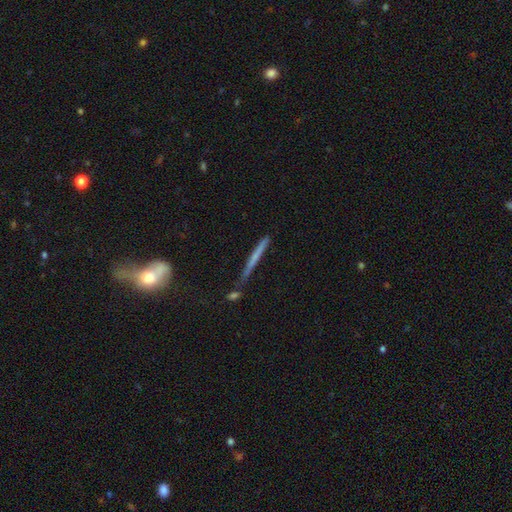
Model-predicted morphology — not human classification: Overall: smooth (46%; featured or disk 45%). Merging: none (72%).